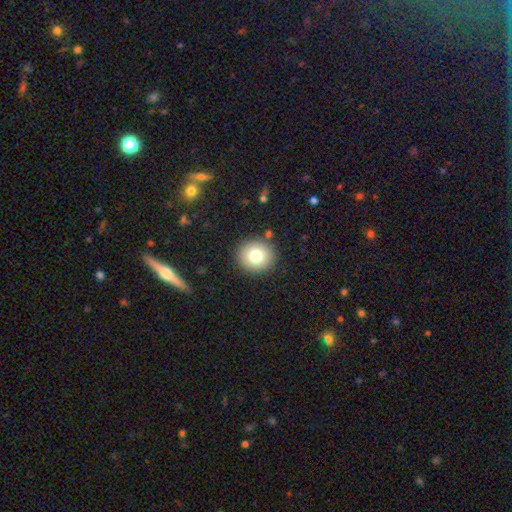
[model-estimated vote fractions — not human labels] Smooth or featured?
  - smooth: 78% *
  - featured or disk: 11%
  - star or artifact: 11%
How rounded?
  - round: 88% *
  - in between: 11%
  - cigar-shaped: 1%
Merging?
  - none: 89% *
  - minor disturbance: 7%
  - major disturbance: 2%
  - merger: 2%